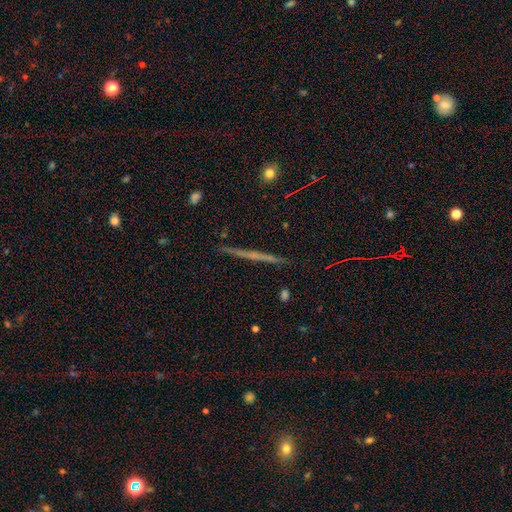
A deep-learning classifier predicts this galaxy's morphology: Smooth or featured?
  - featured or disk: 64% *
  - smooth: 27%
  - star or artifact: 9%
Edge-on disk?
  - yes: 98% *
  - no: 2%
Edge-on bulge?
  - none: 76% *
  - rounded: 18%
  - boxy: 6%
Merging?
  - none: 90% *
  - minor disturbance: 7%
  - major disturbance: 1%
  - merger: 1%